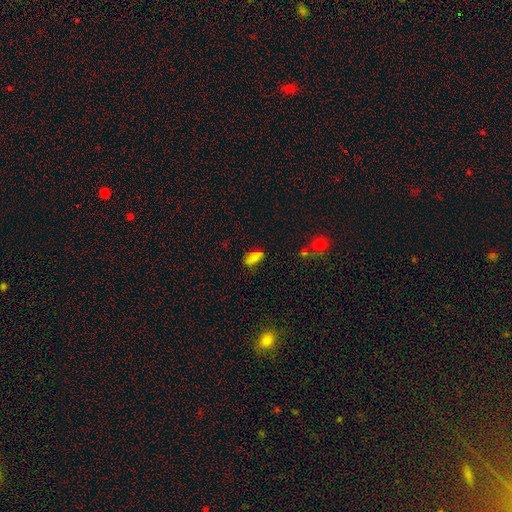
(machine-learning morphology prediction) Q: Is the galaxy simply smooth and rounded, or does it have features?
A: smooth — 74%.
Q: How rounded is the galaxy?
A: in between — 87%.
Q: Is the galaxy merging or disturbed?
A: none — 69%.